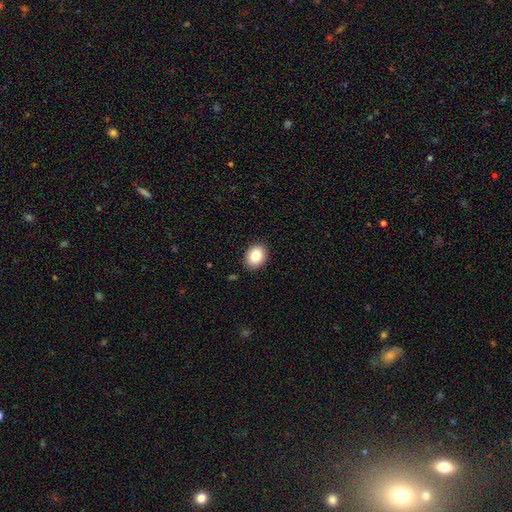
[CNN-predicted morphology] smooth 85%, star or artifact 8%, featured or disk 6%. Down the decision tree: how rounded — in between (59%); merging — none (89%).